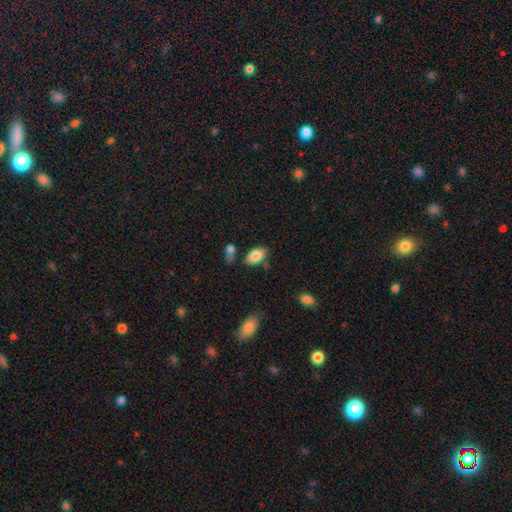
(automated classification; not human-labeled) The model was most divided on "merging": none: 72%, minor disturbance: 16%, merger: 9%, major disturbance: 4%. More confident: how rounded — in between (93%); smooth or featured — smooth (84%).